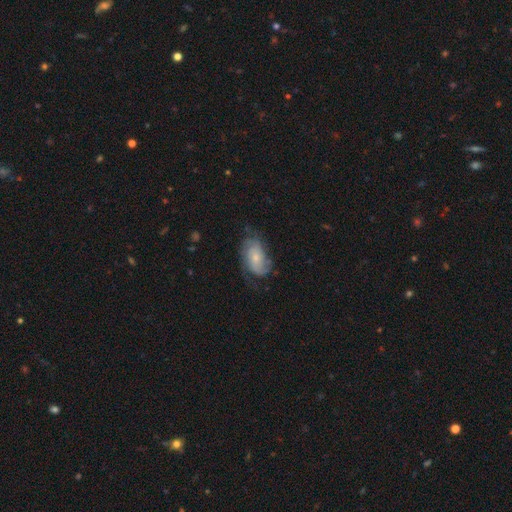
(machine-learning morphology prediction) Smooth or featured?
  - featured or disk: 63% *
  - smooth: 30%
  - star or artifact: 7%
Edge-on disk?
  - no: 96% *
  - yes: 4%
Bar?
  - no: 73% *
  - weak: 23%
  - strong: 4%
Spiral arms?
  - yes: 87% *
  - no: 13%
Spiral winding?
  - tight: 39% * (tied)
  - medium: 39% * (tied)
  - loose: 22%
Spiral arm count?
  - 2: 39% *
  - can't tell: 33%
  - 3: 14%
  - 1: 6%
  - 4: 5%
  - more than 4: 3%
Bulge size?
  - small: 57% *
  - moderate: 34%
  - none: 5%
  - large: 4%
  - dominant: 1%
Merging?
  - none: 59% *
  - minor disturbance: 25%
  - major disturbance: 14%
  - merger: 1%